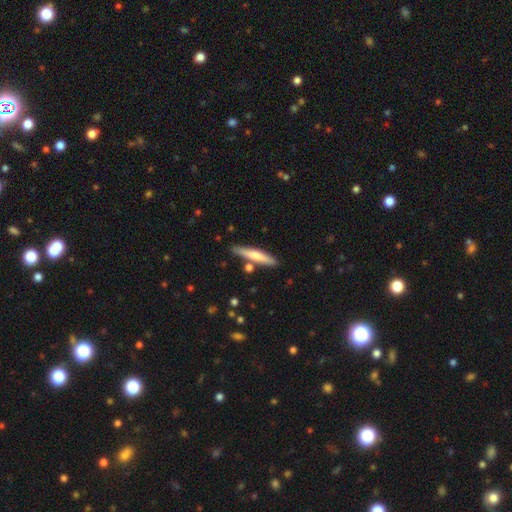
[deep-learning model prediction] This appears to be a smooth galaxy with no disk features (63%) that is cigar-shaped (91%). Merging: none (82%).